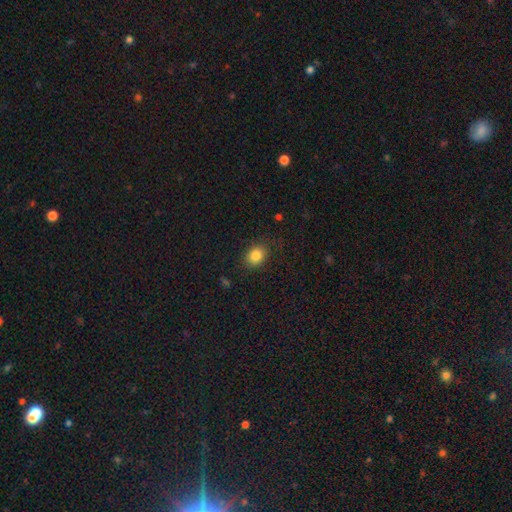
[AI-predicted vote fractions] A smooth galaxy with no disk features (84%) that is in between round and cigar-shaped (55%). Merging: none (85%).